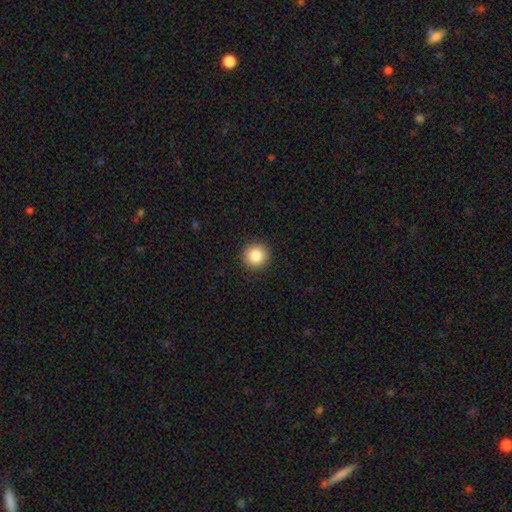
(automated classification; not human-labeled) Smooth or featured: smooth — 85% (star or artifact — 10%)
How rounded: round — 95% (in between — 4%)
Merging: none — 92% (minor disturbance — 5%)